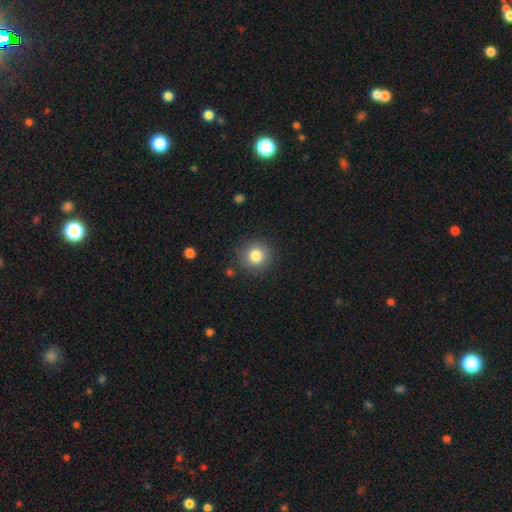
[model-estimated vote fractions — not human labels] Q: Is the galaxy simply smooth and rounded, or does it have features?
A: smooth — 82%.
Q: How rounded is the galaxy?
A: round — 93%.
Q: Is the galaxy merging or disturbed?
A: none — 87%.